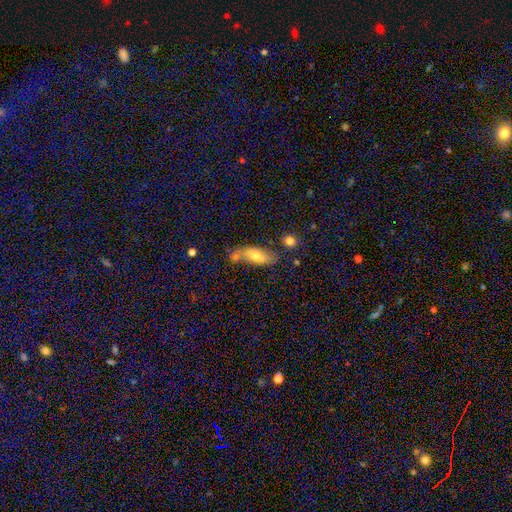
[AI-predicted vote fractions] This appears to be a smooth galaxy with no disk features (65%) that is in between round and cigar-shaped (73%). Merging: none (61%).